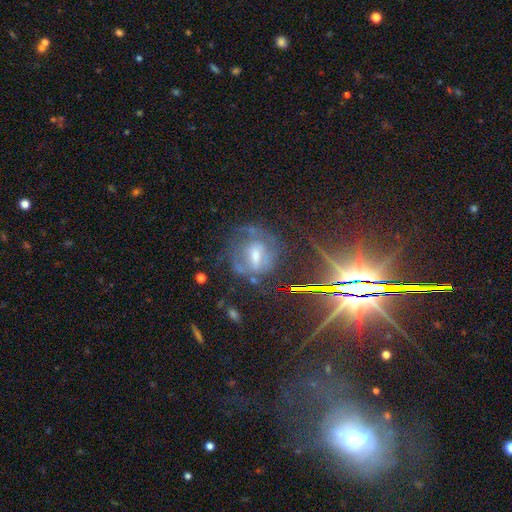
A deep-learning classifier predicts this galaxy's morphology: Overall: featured or disk (60%; smooth 23%). Edge-on disk: no (95%). Bar: weak (45%; no 30%). Spiral arms: yes (64%; no 36%). Bulge size: moderate (50%; small 31%). Merging: none (52%; major disturbance 22%).